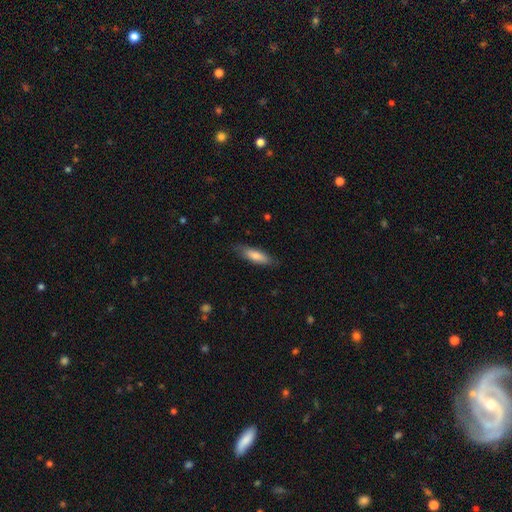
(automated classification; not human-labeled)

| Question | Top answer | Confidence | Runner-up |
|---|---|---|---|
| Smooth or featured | smooth | 78% | featured or disk (17%) |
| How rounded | cigar-shaped | 58% | in between (41%) |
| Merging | none | 82% | minor disturbance (14%) |